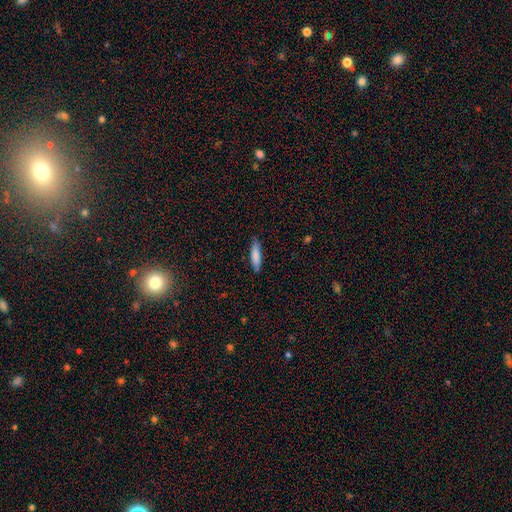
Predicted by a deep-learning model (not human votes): This appears to be a smooth galaxy with no disk features (83%) that is cigar-shaped (71%). Merging: none (85%).